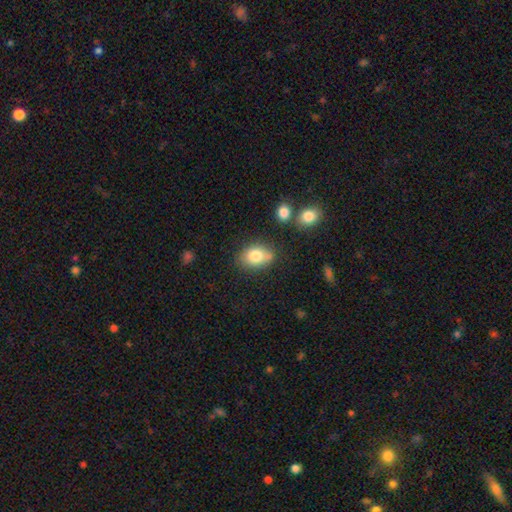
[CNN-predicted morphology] Smooth or featured?
  - smooth: 79% *
  - featured or disk: 12%
  - star or artifact: 9%
How rounded?
  - in between: 76% *
  - round: 23%
  - cigar-shaped: 1%
Merging?
  - none: 66% *
  - minor disturbance: 20%
  - merger: 9%
  - major disturbance: 5%